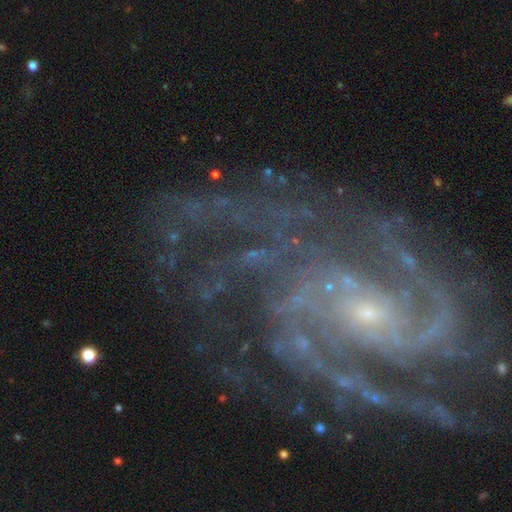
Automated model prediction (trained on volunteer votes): A featured or disk galaxy (85%) with no bar (51%), tight (48%) spiral arms (95%) and a small central bulge (78%).

Vote fractions:
- Smooth or featured? featured or disk: 85% / star or artifact: 10% / smooth: 5%
- Edge-on disk? no: 97% / yes: 3%
- Bar? no: 51% / weak: 34% / strong: 15%
- Spiral arms? yes: 95% / no: 5%
- Spiral winding? tight: 48% / medium: 38% / loose: 14%
- Spiral arm count? can't tell: 24% / 2: 23% / 3: 18% / 4: 14% / more than 4: 11% / 1: 9%
- Bulge size? small: 78% / moderate: 13% / none: 6% / large: 2% / dominant: 1%
- Merging? none: 61% / major disturbance: 20% / minor disturbance: 16% / merger: 3%